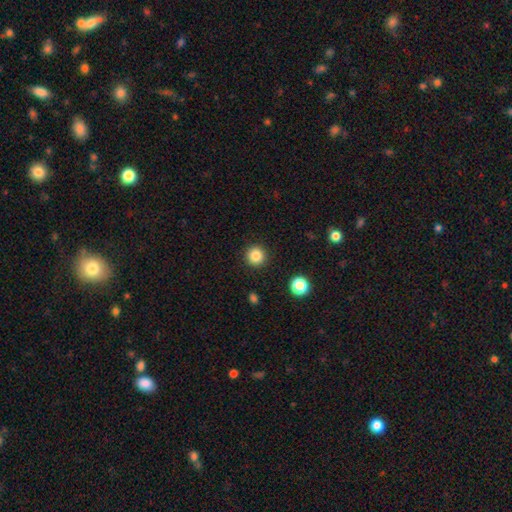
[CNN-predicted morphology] Q: Smooth or featured?
A: smooth (85%); runner-up: star or artifact (11%)
Q: How rounded?
A: round (95%); runner-up: in between (4%)
Q: Merging?
A: none (92%); runner-up: minor disturbance (5%)